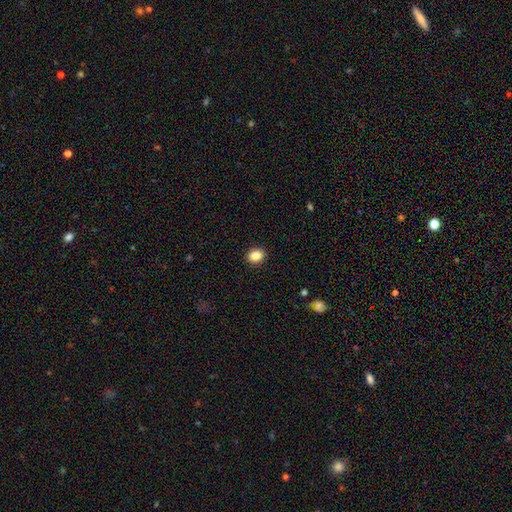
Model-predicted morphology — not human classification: smooth 88%, star or artifact 9%, featured or disk 3%. Down the decision tree: how rounded — round (54%); merging — none (91%).